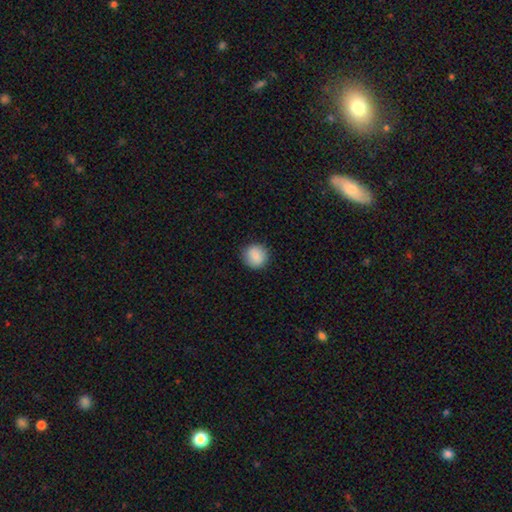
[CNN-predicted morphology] Q: Smooth or featured?
A: smooth (85%); runner-up: star or artifact (8%)
Q: How rounded?
A: round (93%); runner-up: in between (6%)
Q: Merging?
A: none (89%); runner-up: minor disturbance (8%)